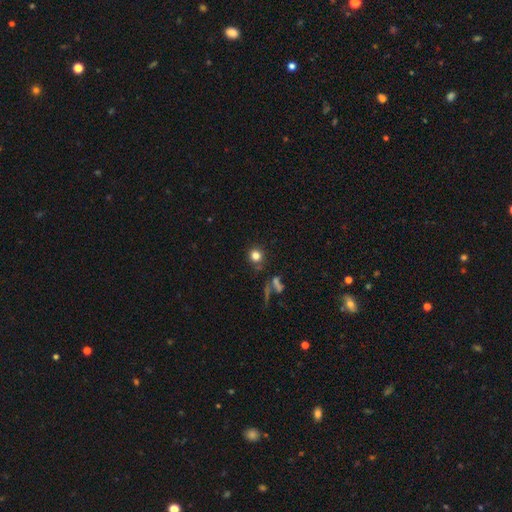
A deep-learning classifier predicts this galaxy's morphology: The model was most divided on "smooth or featured": smooth: 79%, star or artifact: 14%, featured or disk: 7%. More confident: how rounded — round (90%); merging — none (81%).